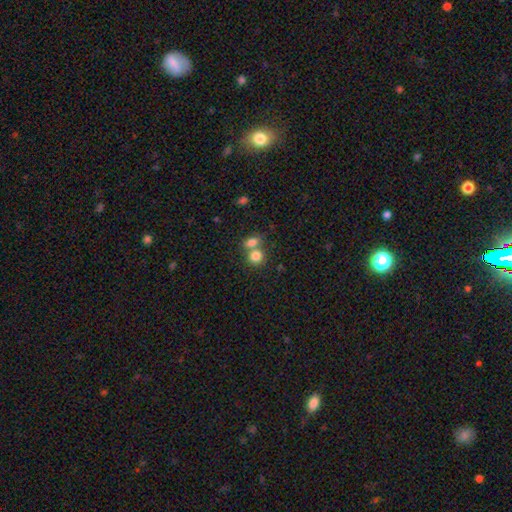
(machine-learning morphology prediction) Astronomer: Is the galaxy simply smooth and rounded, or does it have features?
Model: smooth — 81%.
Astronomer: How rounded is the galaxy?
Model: round — 72%.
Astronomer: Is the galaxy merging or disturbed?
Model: merger — 51% (runner-up: none, 39%).